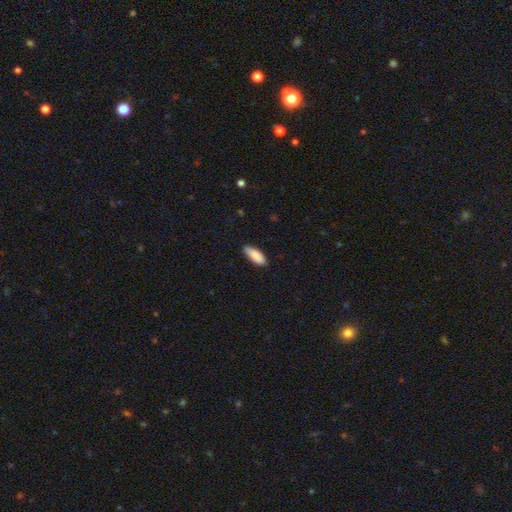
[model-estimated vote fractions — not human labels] Smooth or featured: smooth — 88% (star or artifact — 6%)
How rounded: in between — 80% (cigar-shaped — 18%)
Merging: none — 80% (minor disturbance — 16%)